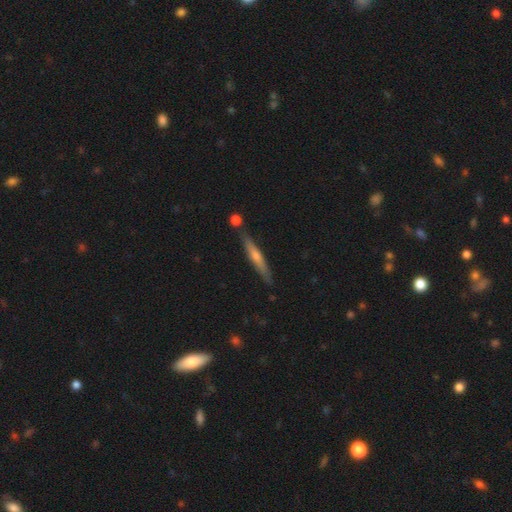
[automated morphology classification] A featured or disk galaxy (62%) viewed edge-on (95%) with a rounded central bulge (73%).

Vote fractions:
- Smooth or featured? featured or disk: 62% / smooth: 30% / star or artifact: 8%
- Edge-on disk? yes: 95% / no: 5%
- Edge-on bulge? rounded: 73% / none: 20% / boxy: 7%
- Merging? none: 84% / minor disturbance: 10% / merger: 4% / major disturbance: 2%